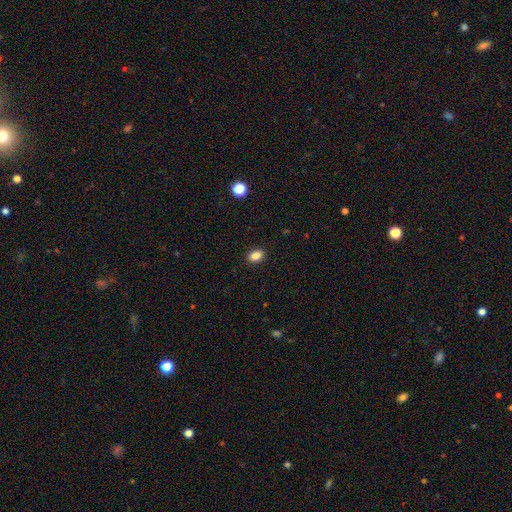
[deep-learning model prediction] A smooth galaxy with no disk features (86%) that is in between round and cigar-shaped (81%).

Vote fractions:
- Smooth or featured? smooth: 86% / star or artifact: 10% / featured or disk: 4%
- How rounded? in between: 81% / round: 18% / cigar-shaped: 1%
- Merging? none: 90% / minor disturbance: 7% / major disturbance: 2% / merger: 1%